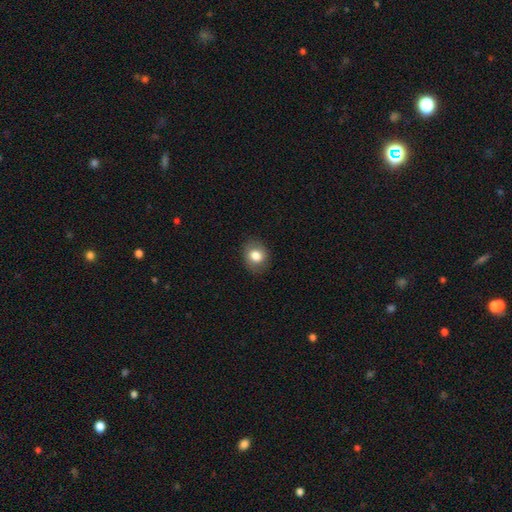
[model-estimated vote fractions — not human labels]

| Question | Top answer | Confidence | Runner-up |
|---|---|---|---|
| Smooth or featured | smooth | 80% | featured or disk (11%) |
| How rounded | round | 60% | in between (39%) |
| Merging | none | 85% | minor disturbance (11%) |